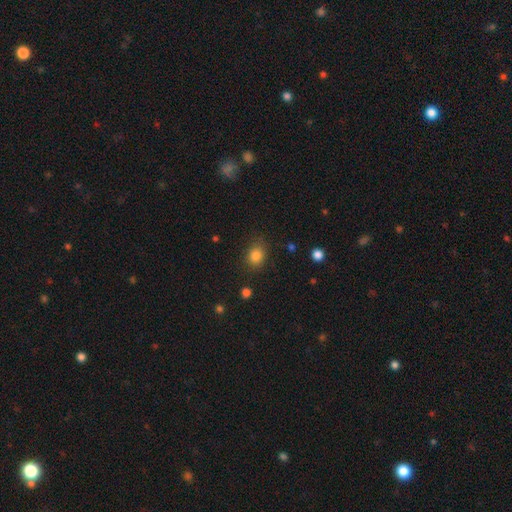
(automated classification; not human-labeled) This appears to be a smooth galaxy with no disk features (83%) that is round (55%). Merging: none (81%).